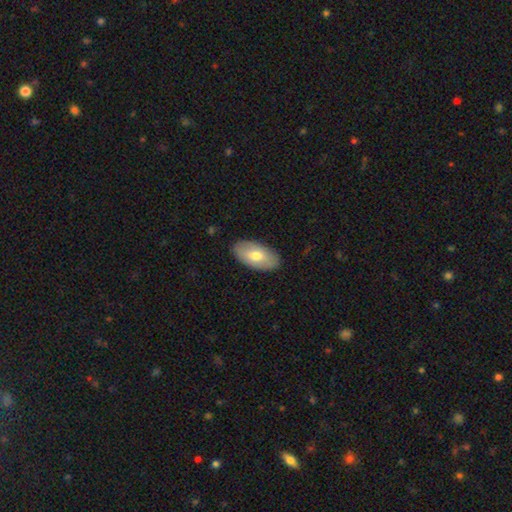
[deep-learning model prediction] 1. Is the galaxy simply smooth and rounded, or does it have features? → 69% smooth, 25% featured or disk, 6% star or artifact.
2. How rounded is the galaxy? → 94% in between, 3% cigar-shaped, 3% round.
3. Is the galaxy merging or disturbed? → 87% none, 10% minor disturbance, 2% major disturbance, 1% merger.